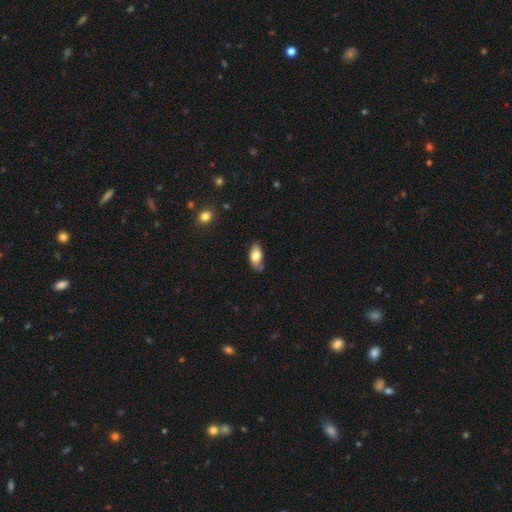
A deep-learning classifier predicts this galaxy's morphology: smooth-or-featured: smooth: 77% | featured or disk: 16% | star or artifact: 7%
  how-rounded: in between: 91% | cigar-shaped: 5% | round: 4%
  merging: none: 61% | minor disturbance: 30% | major disturbance: 6% | merger: 3%